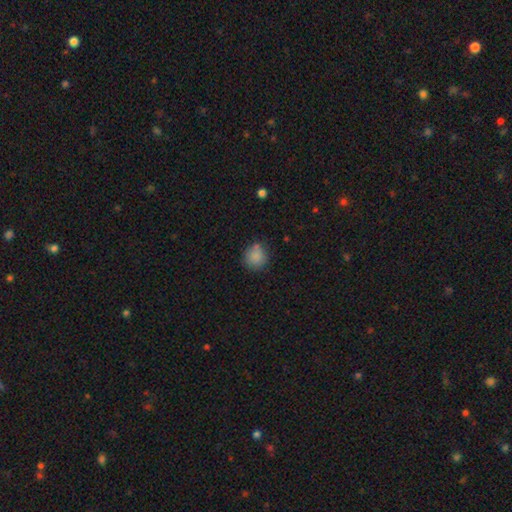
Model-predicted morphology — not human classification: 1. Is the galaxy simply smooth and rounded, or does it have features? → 85% smooth, 9% star or artifact, 6% featured or disk.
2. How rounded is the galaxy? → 88% round, 11% in between, 1% cigar-shaped.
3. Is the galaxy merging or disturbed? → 74% none, 17% minor disturbance, 5% merger, 4% major disturbance.